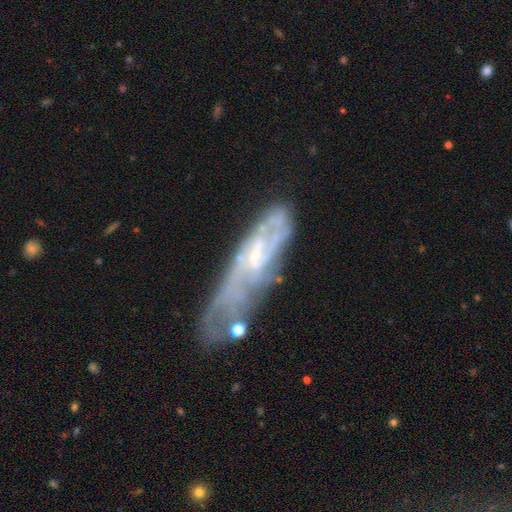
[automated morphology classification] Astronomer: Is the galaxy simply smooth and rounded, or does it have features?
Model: featured or disk — 71%.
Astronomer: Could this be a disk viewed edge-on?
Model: no — 72%.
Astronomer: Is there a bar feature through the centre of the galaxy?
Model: no — 56% (runner-up: weak, 34%).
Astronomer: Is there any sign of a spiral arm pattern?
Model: yes — 62% (runner-up: no, 38%).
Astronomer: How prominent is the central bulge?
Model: small — 59%.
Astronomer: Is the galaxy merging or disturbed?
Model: none — 45% (runner-up: minor disturbance, 26%).